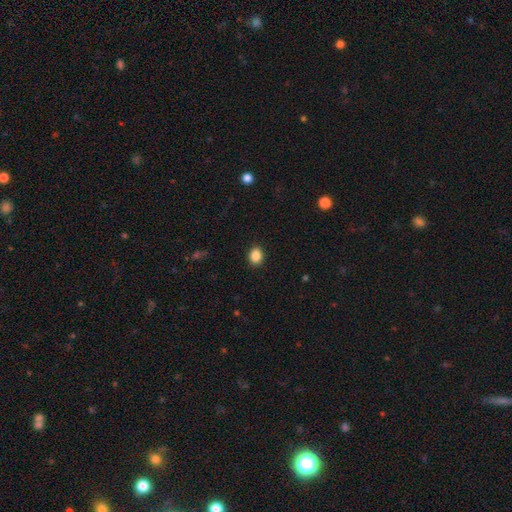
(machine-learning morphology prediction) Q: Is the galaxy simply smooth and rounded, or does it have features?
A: smooth — 88%.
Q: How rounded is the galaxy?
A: in between — 57%.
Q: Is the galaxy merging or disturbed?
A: none — 90%.